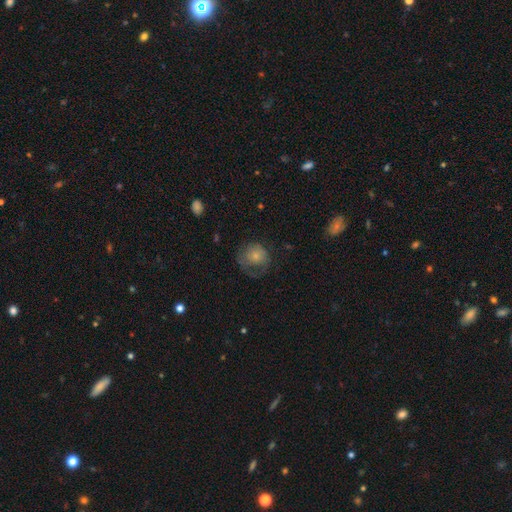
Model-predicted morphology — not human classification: The model was most divided on "merging": none: 43%, major disturbance: 31%, minor disturbance: 24%, merger: 2%. More confident: how rounded — round (79%); smooth or featured — smooth (65%).